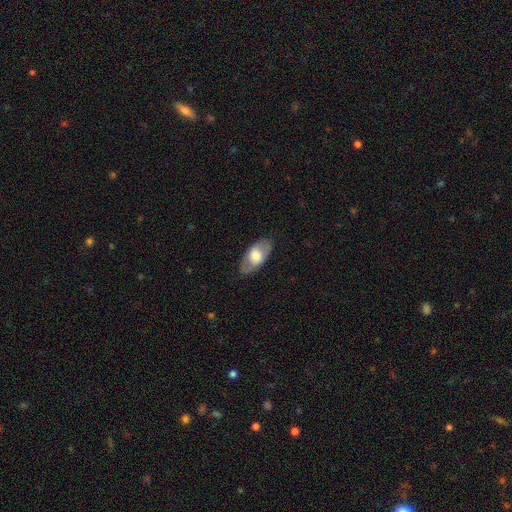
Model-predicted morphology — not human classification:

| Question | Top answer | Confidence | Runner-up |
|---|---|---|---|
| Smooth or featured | smooth | 59% | featured or disk (35%) |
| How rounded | in between | 91% | cigar-shaped (5%) |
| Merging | none | 81% | minor disturbance (13%) |